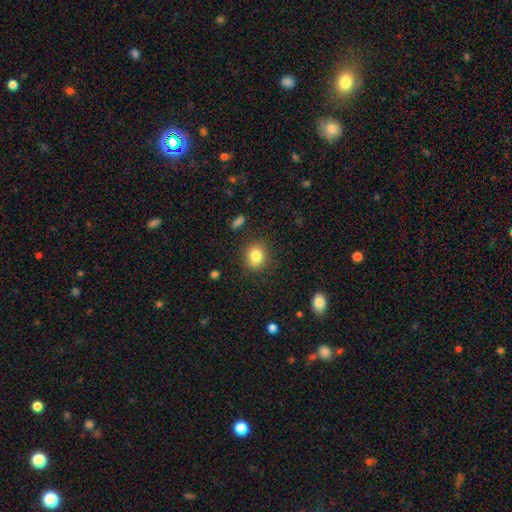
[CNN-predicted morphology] This is clearly a smooth galaxy (83%). How rounded: likely round (69%). Merging: clearly none (85%).